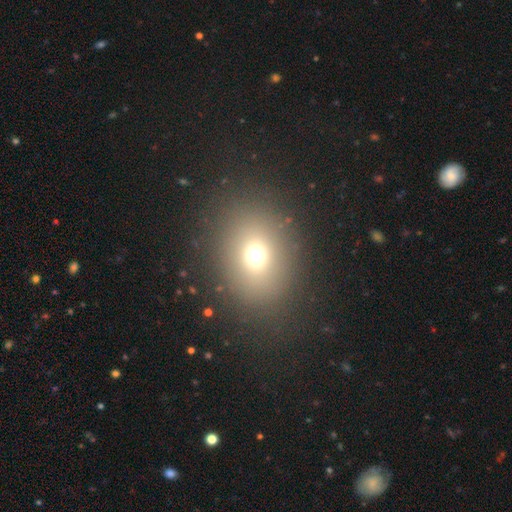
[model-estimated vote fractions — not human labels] smooth_or_featured: smooth (p=0.67) [alt: star or artifact p=0.21]
how_rounded: round (p=0.54) [alt: in between p=0.45]
merging: none (p=0.84) [alt: minor disturbance p=0.08]